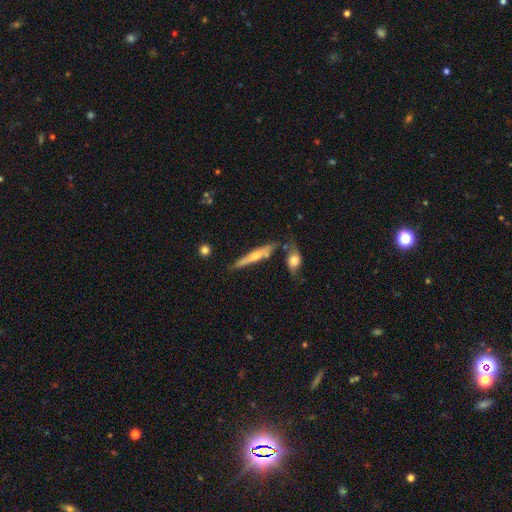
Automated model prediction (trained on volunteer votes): Smooth or featured? Predicted: featured or disk (p=0.58). Edge-on disk? Predicted: yes (p=0.93). Edge-on bulge? Predicted: rounded (p=0.78). Merging? Predicted: none (p=0.71).